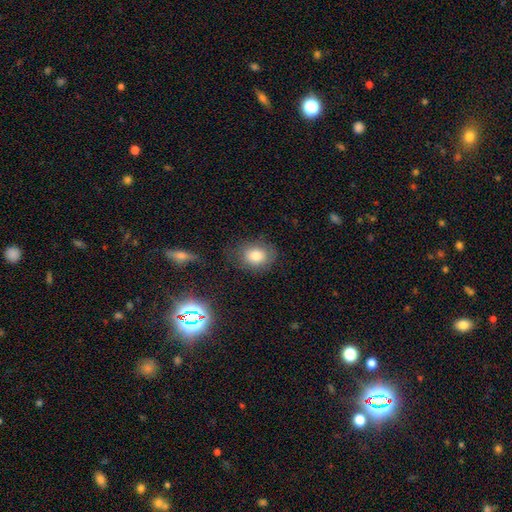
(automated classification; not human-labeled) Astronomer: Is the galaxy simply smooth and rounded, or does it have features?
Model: smooth — 80%.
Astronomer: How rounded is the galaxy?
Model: in between — 55% (runner-up: round, 44%).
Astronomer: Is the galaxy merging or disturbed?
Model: none — 73%.